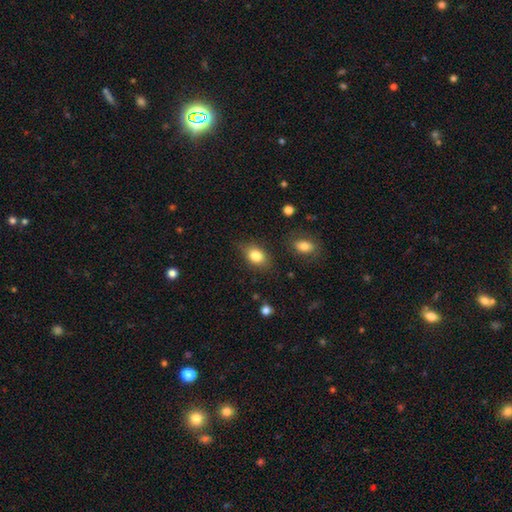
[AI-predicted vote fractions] Q: Smooth or featured?
A: smooth (82%); runner-up: featured or disk (10%)
Q: How rounded?
A: in between (76%); runner-up: round (22%)
Q: Merging?
A: none (78%); runner-up: minor disturbance (16%)